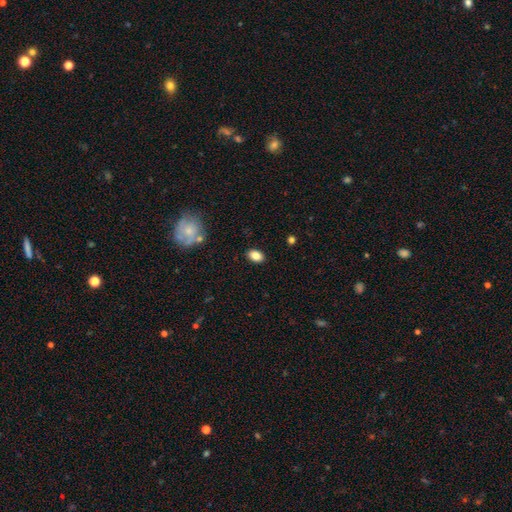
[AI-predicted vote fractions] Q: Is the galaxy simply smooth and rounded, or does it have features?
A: smooth — 85%.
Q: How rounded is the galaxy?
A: in between — 85%.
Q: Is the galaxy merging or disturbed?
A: none — 87%.